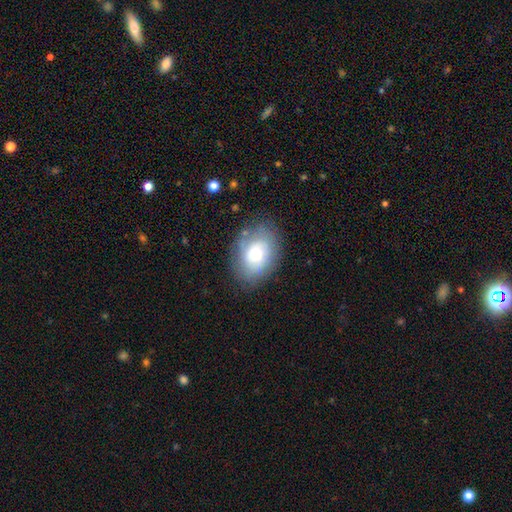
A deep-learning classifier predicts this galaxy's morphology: smooth-or-featured: smooth: 63% | featured or disk: 27% | star or artifact: 9%
  how-rounded: in between: 69% | round: 30% | cigar-shaped: 1%
  merging: none: 76% | minor disturbance: 17% | major disturbance: 6% | merger: 2%